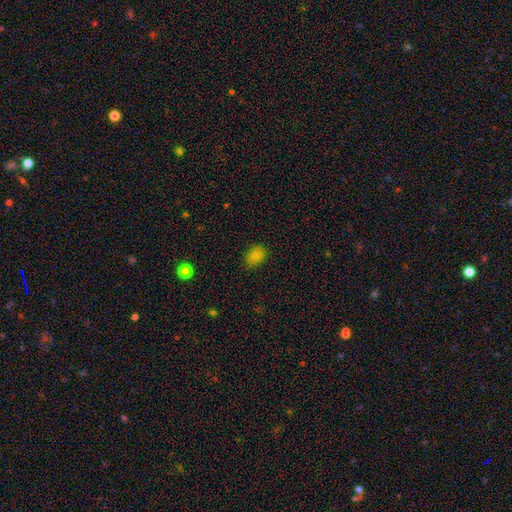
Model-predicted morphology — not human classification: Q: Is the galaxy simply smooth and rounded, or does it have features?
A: smooth — 82%.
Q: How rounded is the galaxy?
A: in between — 78%.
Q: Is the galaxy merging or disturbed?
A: none — 81%.